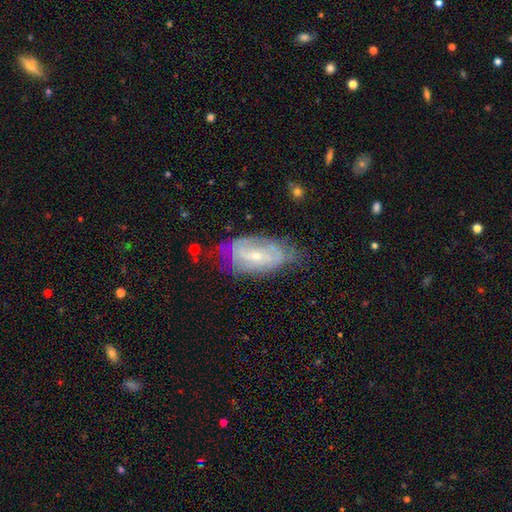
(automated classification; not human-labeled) Smooth or featured: featured or disk — 73% (smooth — 18%)
Edge-on disk: no — 92% (yes — 8%)
Bar: weak — 43% (no — 39%)
Spiral arms: yes — 83% (no — 17%)
Spiral winding: tight — 60% (medium — 30%)
Spiral arm count: can't tell — 50% (2 — 29%)
Bulge size: small — 64% (moderate — 32%)
Merging: none — 61% (minor disturbance — 27%)